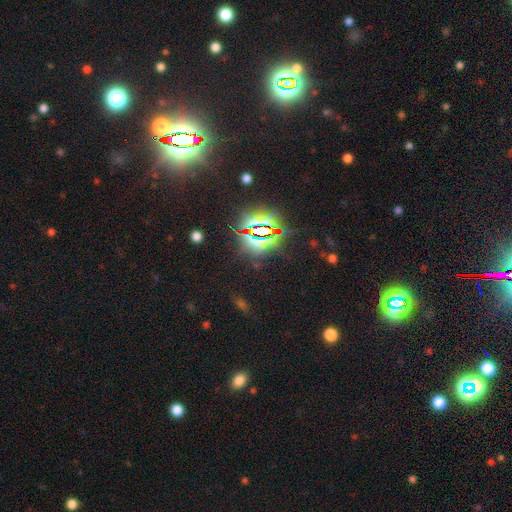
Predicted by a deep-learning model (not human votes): Overall: star or artifact (83%).